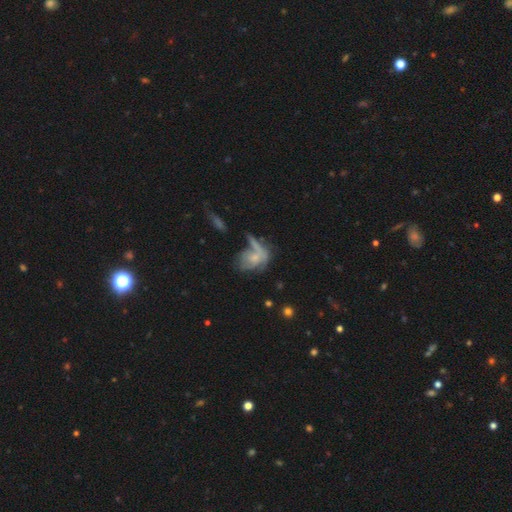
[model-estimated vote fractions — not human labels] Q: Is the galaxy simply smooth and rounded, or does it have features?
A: smooth — 46%.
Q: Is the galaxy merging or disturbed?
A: none — 33%.